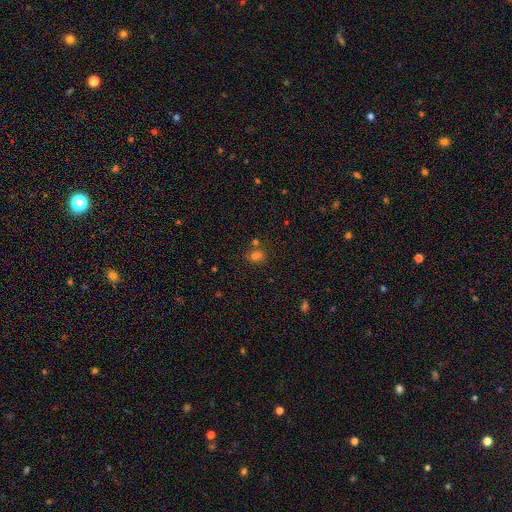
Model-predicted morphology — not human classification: Smooth or featured?
  - smooth: 66% *
  - star or artifact: 26%
  - featured or disk: 8%
How rounded?
  - in between: 57% *
  - round: 41%
  - cigar-shaped: 2%
Merging?
  - none: 63% *
  - merger: 21%
  - minor disturbance: 12%
  - major disturbance: 4%